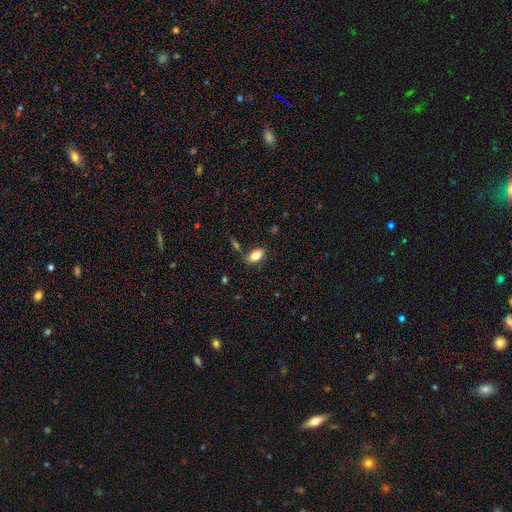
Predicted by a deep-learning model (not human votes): Smooth or featured: smooth — 80% (featured or disk — 12%)
How rounded: in between — 90% (round — 6%)
Merging: none — 70% (minor disturbance — 16%)